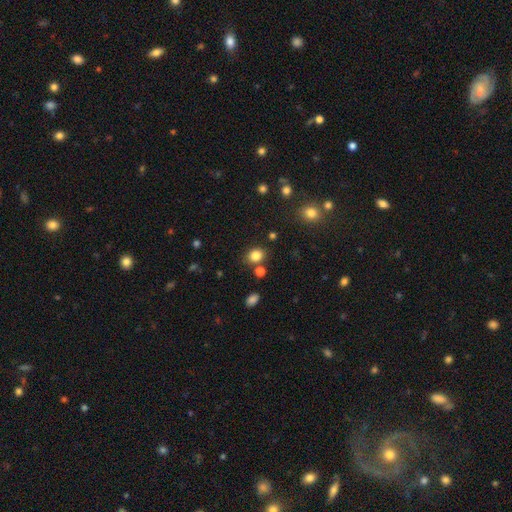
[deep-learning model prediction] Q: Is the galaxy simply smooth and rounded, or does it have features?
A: smooth — 83%.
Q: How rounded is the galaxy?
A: round — 57%.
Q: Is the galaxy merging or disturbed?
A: none — 78%.